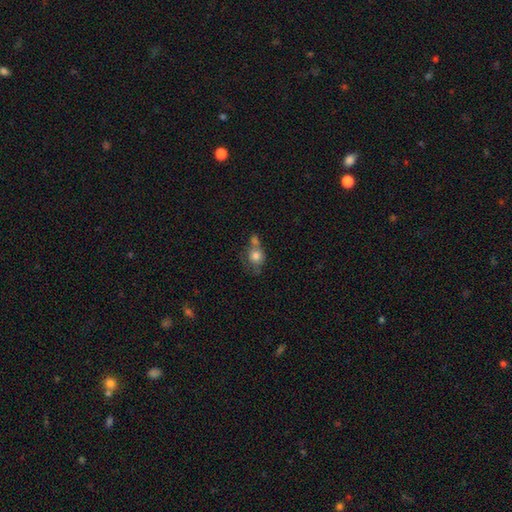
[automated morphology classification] The model was most divided on "merging": merger: 47%, none: 32%, minor disturbance: 14%, major disturbance: 8%. More confident: smooth or featured — smooth (78%); how rounded — round (76%).